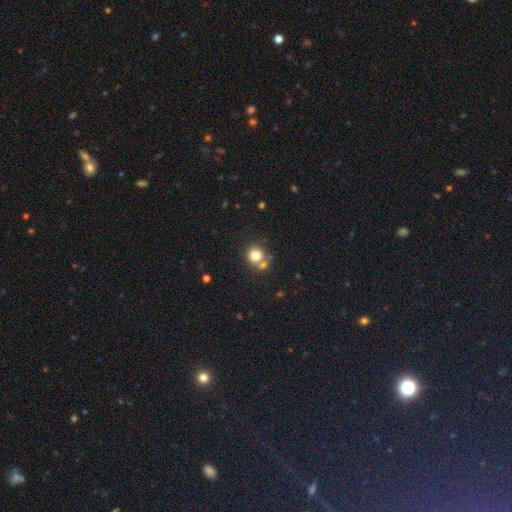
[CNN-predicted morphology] Overall: smooth (79%). How rounded: round (86%). Merging: none (58%; merger 28%).